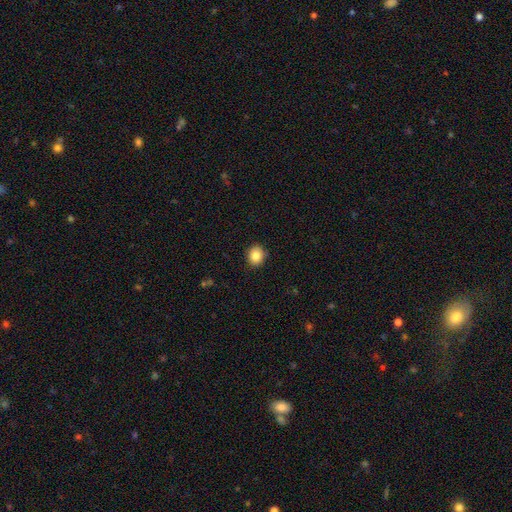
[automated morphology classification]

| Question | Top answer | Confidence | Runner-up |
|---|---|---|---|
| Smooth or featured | smooth | 86% | star or artifact (9%) |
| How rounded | round | 65% | in between (34%) |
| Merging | none | 89% | minor disturbance (8%) |